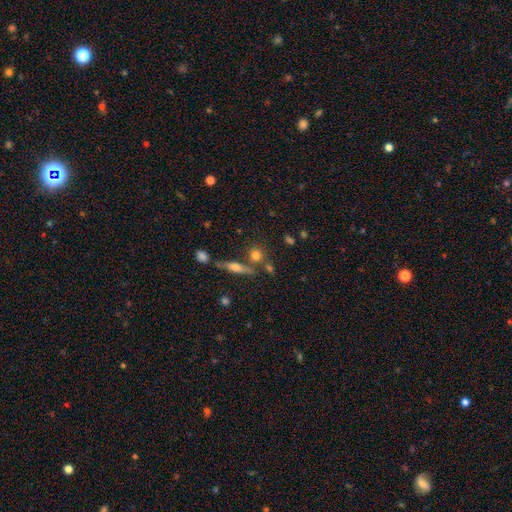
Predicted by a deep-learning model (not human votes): A smooth galaxy with no disk features (71%) that is round (74%).

Vote fractions:
- Smooth or featured? smooth: 71% / featured or disk: 17% / star or artifact: 12%
- How rounded? round: 74% / in between: 18% / cigar-shaped: 9%
- Merging? none: 66% / merger: 20% / minor disturbance: 10% / major disturbance: 4%